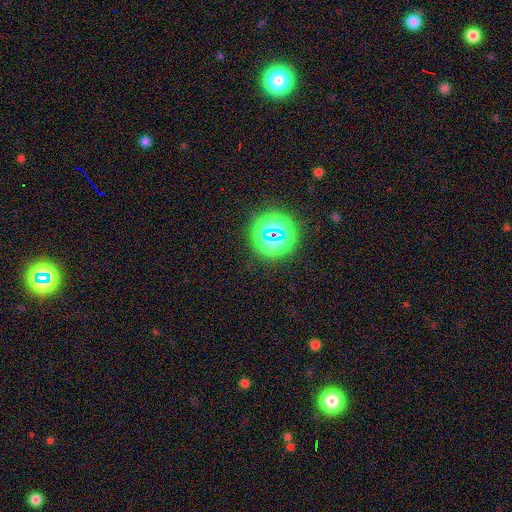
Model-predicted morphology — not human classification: type=star or artifact (69%).